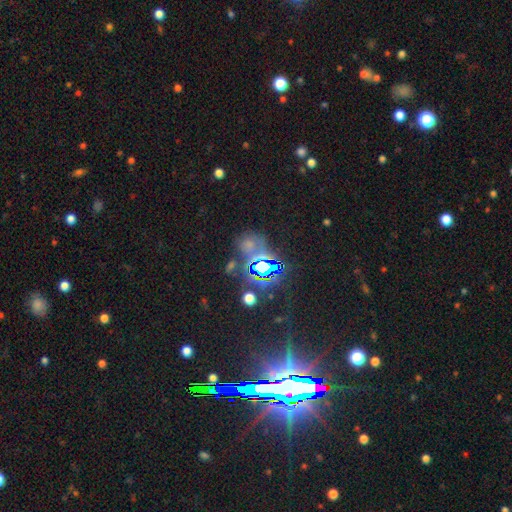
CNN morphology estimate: Smooth or featured? Predicted: star or artifact (p=0.74).